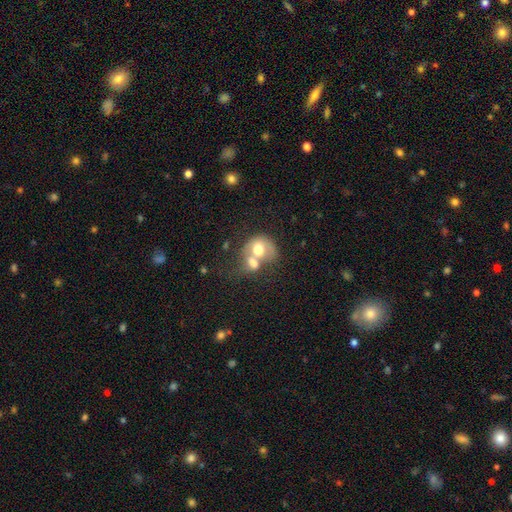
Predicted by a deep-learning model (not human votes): smooth_or_featured: smooth (p=0.55) [alt: featured or disk p=0.35]
how_rounded: round (p=0.55) [alt: in between p=0.44]
merging: merger (p=0.66) [alt: none p=0.17]